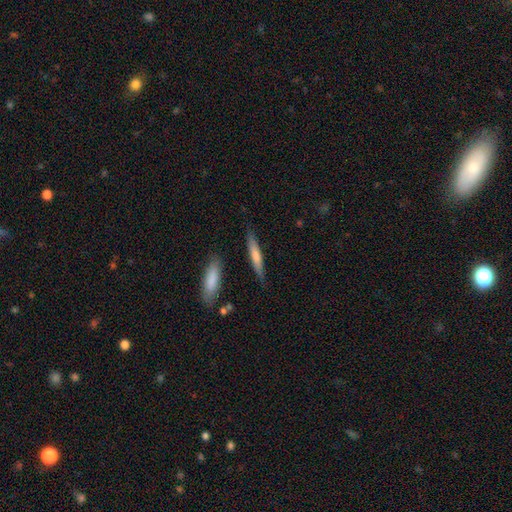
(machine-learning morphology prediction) smooth 67%, featured or disk 28%, star or artifact 5%. Down the decision tree: how rounded — cigar-shaped (89%); merging — none (82%).